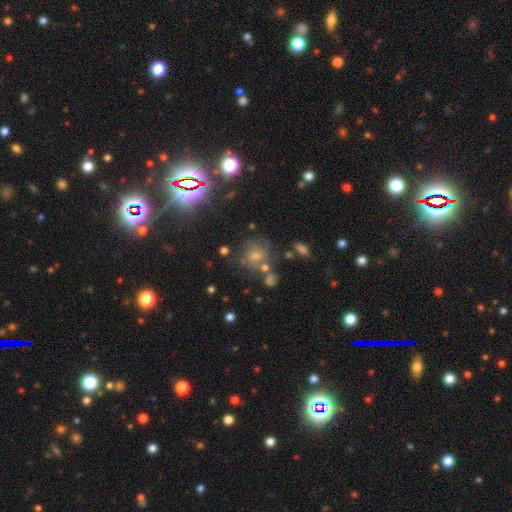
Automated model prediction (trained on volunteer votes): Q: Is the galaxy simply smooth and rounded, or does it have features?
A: star or artifact — 48%.